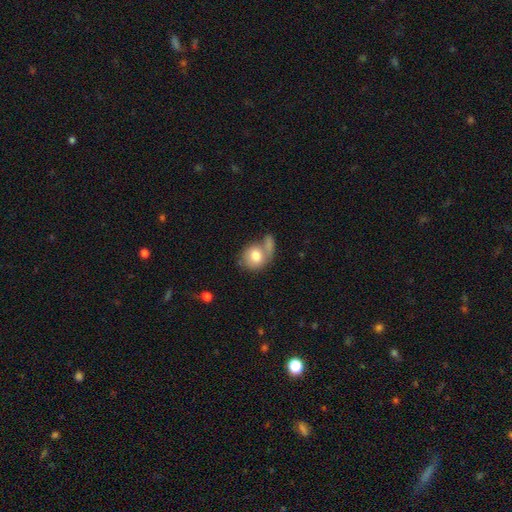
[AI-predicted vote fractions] Smooth or featured? smooth (76%)
How rounded? round (67%)
Merging? none (38%)